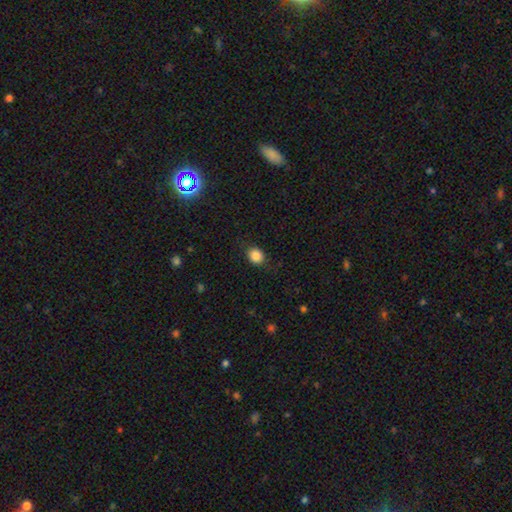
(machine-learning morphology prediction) Q: Smooth or featured?
A: smooth (86%); runner-up: star or artifact (10%)
Q: How rounded?
A: round (65%); runner-up: in between (34%)
Q: Merging?
A: none (83%); runner-up: minor disturbance (12%)